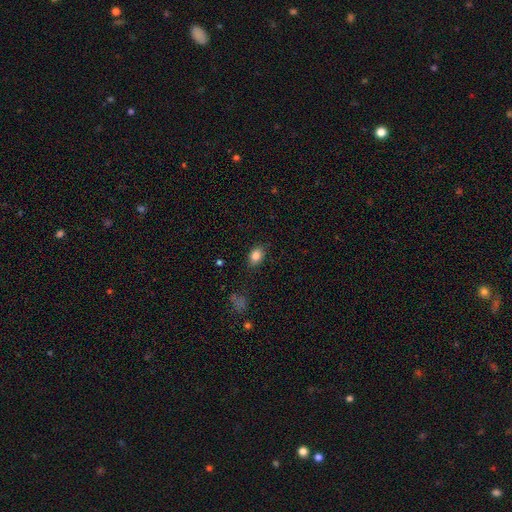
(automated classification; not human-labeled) Smooth or featured? smooth (83%)
How rounded? in between (76%)
Merging? none (83%)